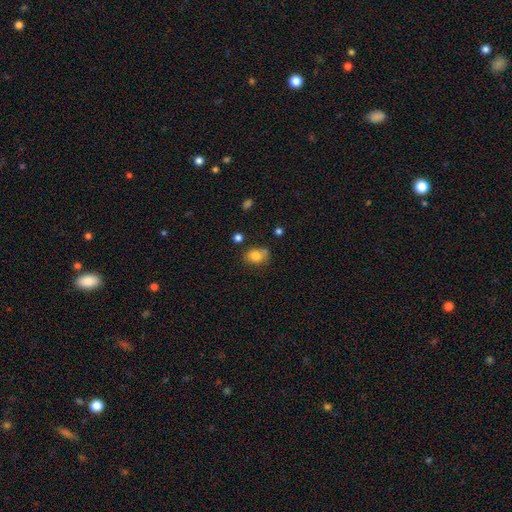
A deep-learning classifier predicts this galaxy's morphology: Smooth or featured?
  - smooth: 81% *
  - star or artifact: 10%
  - featured or disk: 9%
How rounded?
  - in between: 64% *
  - round: 35%
  - cigar-shaped: 1%
Merging?
  - none: 62% *
  - minor disturbance: 22%
  - merger: 10%
  - major disturbance: 6%